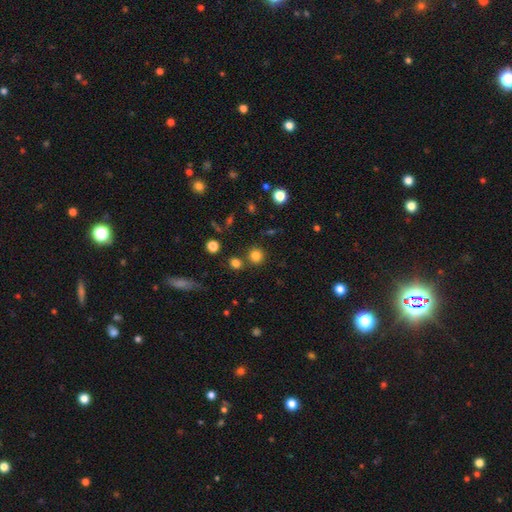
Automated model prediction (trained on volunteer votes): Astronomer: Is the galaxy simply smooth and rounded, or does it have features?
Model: smooth — 80%.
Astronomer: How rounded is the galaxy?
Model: round — 91%.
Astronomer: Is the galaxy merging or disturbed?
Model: none — 79%.